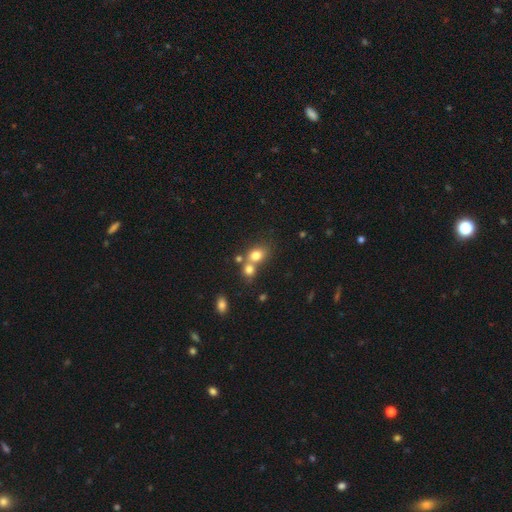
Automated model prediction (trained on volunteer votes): A smooth galaxy with no disk features (77%) that is round (55%).

Vote fractions:
- Smooth or featured? smooth: 77% / star or artifact: 12% / featured or disk: 11%
- How rounded? round: 55% / in between: 44% / cigar-shaped: 1%
- Merging? merger: 52% / none: 36% / minor disturbance: 8% / major disturbance: 4%